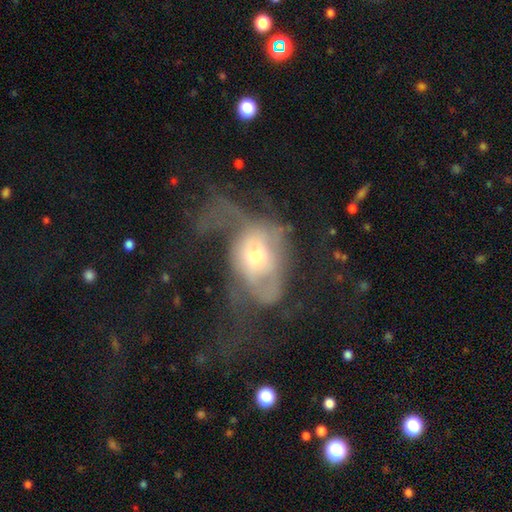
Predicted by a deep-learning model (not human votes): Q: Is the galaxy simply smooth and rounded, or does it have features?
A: featured or disk — 53%.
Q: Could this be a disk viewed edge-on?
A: no — 94%.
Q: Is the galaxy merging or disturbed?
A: major disturbance — 65%.